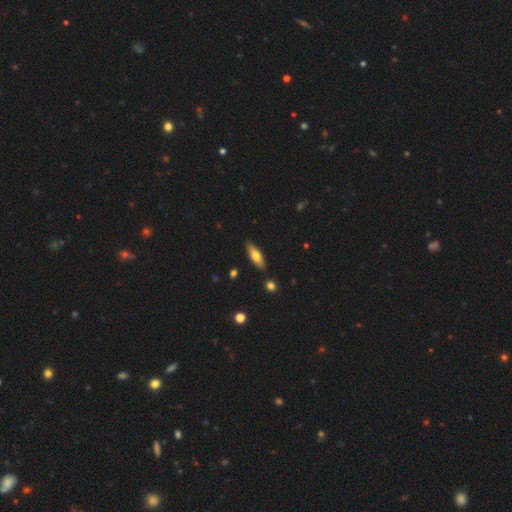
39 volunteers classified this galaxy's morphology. Overall: smooth (59%; featured or disk 38%). How rounded: in between (65%; cigar-shaped 35%). Merging: none (92%).